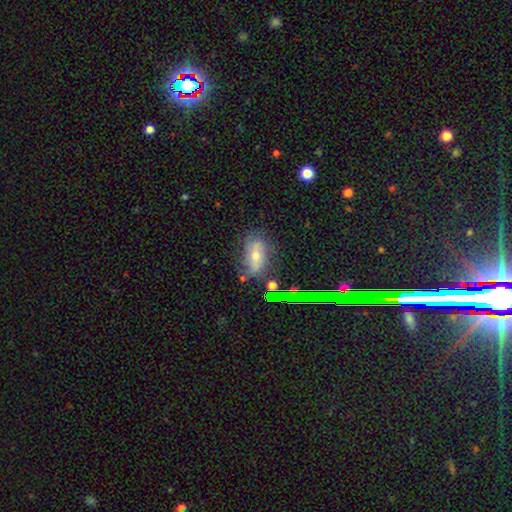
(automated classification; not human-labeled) Smooth or featured? Predicted: featured or disk (p=0.39). Merging? Predicted: none (p=0.65).